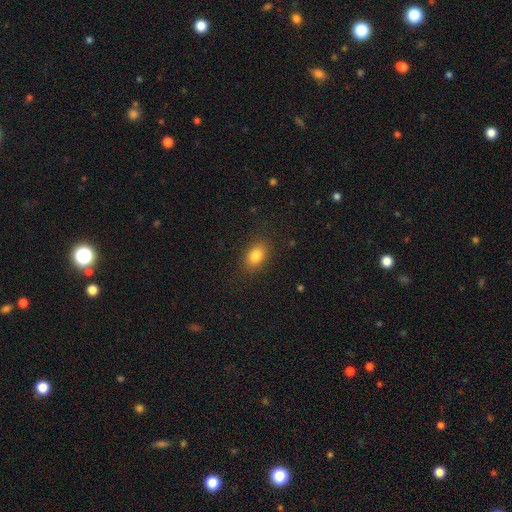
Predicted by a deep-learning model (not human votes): Q: Smooth or featured?
A: smooth (83%); runner-up: star or artifact (10%)
Q: How rounded?
A: in between (78%); runner-up: round (20%)
Q: Merging?
A: none (85%); runner-up: minor disturbance (10%)